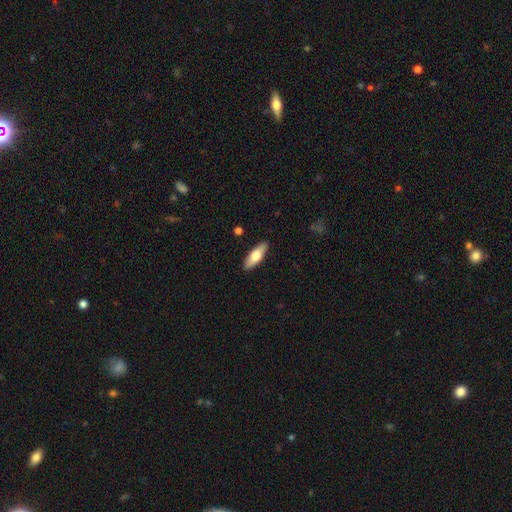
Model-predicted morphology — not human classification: A smooth galaxy with no disk features (62%) that is in between round and cigar-shaped (58%). Merging: none (89%).